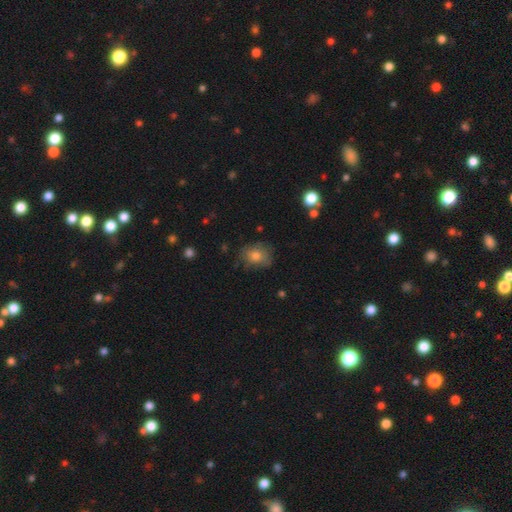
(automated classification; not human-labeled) smooth 74%, featured or disk 16%, star or artifact 10%. Down the decision tree: how rounded — in between (57%); merging — none (65%).